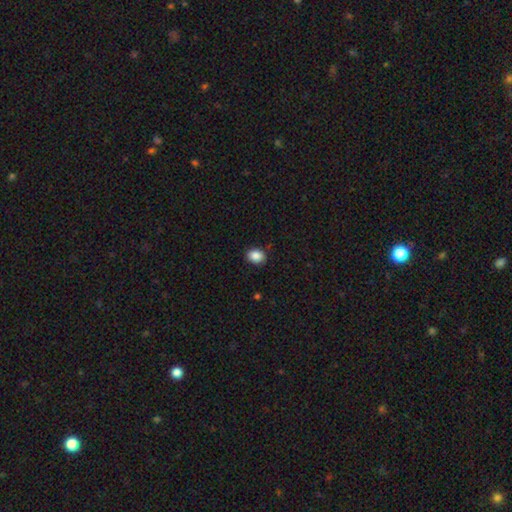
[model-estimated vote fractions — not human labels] This appears to be a smooth galaxy with no disk features (87%) that is in between round and cigar-shaped (58%). Merging: none (87%).